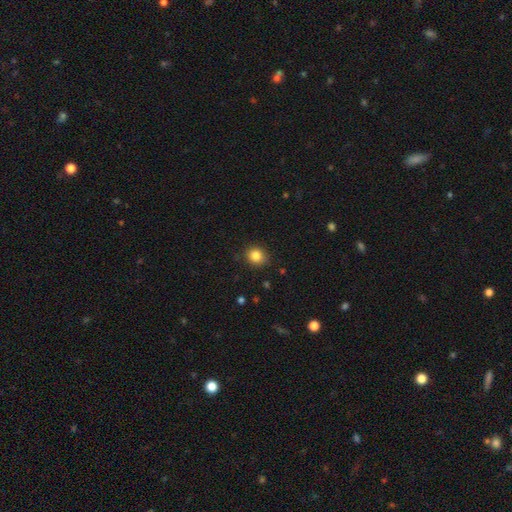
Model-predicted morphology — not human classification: type=smooth (84%); roundness=round (78%); merging=none (86%).